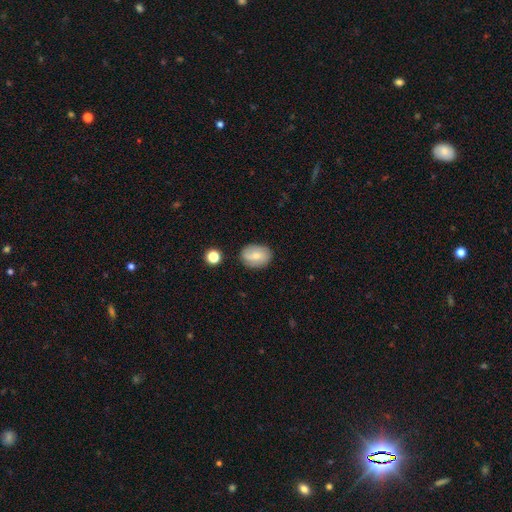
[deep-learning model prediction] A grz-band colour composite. It shows a smooth galaxy with no disk features (54%) that is in between round and cigar-shaped (67%). Merging: none (79%).